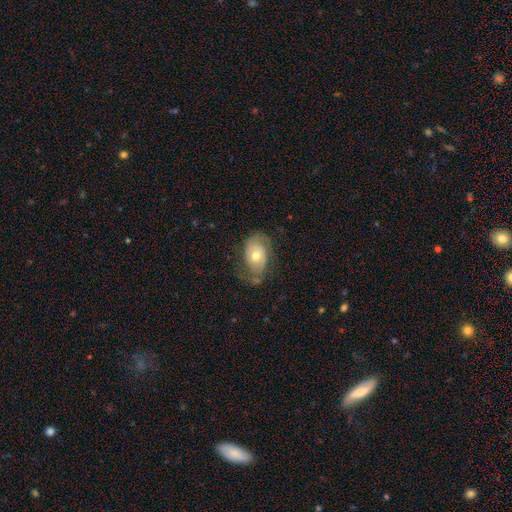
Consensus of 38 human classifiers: Q: Smooth or featured?
A: featured or disk (55%); runner-up: smooth (42%)
Q: Edge-on disk?
A: no (86%); runner-up: yes (14%)
Q: Bar?
A: no (72%); runner-up: weak (22%)
Q: Spiral arms?
A: yes (56%); runner-up: no (44%)
Q: Spiral winding?
A: loose (70%); runner-up: tight (20%)
Q: Spiral arm count?
A: 2 (50%); runner-up: can't tell (30%)
Q: Bulge size?
A: moderate (61%); runner-up: small (28%)
Q: Merging?
A: minor disturbance (38%); runner-up: none (32%)